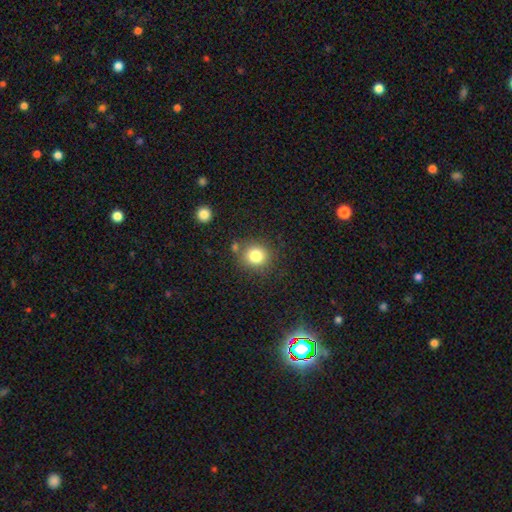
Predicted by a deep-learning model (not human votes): Overall: smooth (81%). How rounded: round (87%). Merging: none (79%).